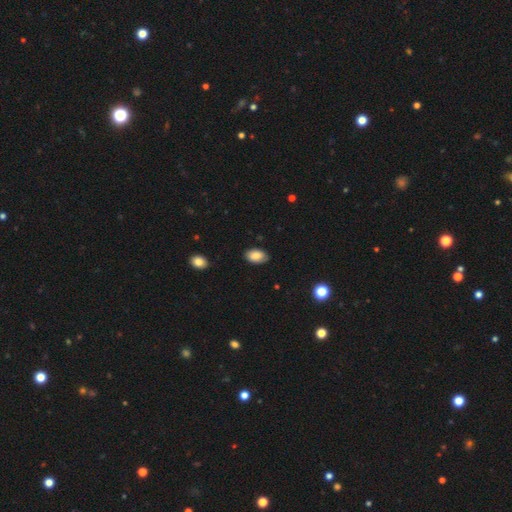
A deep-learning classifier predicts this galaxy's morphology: A smooth galaxy with no disk features (84%) that is in between round and cigar-shaped (91%). Merging: none (77%).